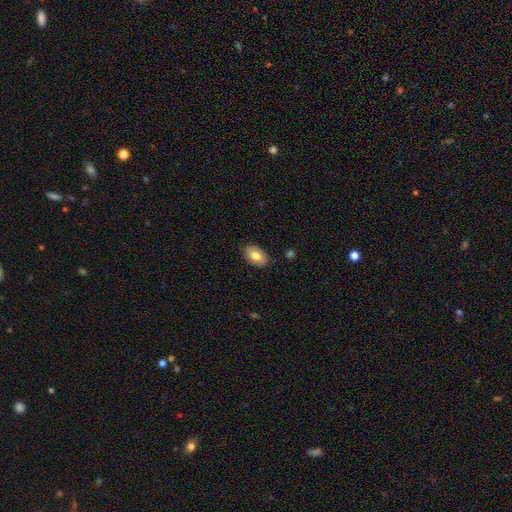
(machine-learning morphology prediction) The model was most divided on "smooth or featured": smooth: 77%, featured or disk: 16%, star or artifact: 7%. More confident: how rounded — in between (92%); merging — none (86%).